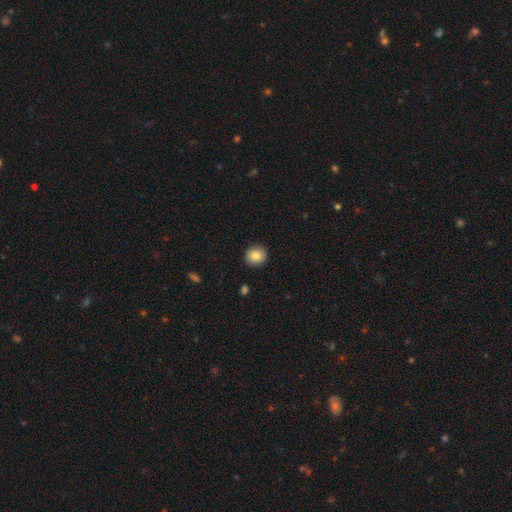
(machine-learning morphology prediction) Overall: smooth (85%). How rounded: round (89%). Merging: none (91%).